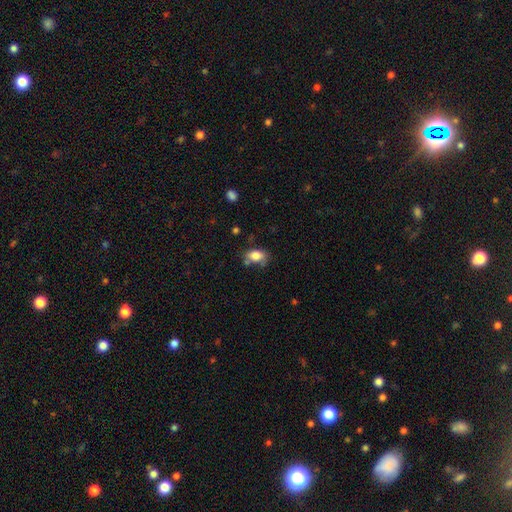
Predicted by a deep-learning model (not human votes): This is clearly a smooth galaxy (81%). How rounded: clearly in between (84%). Merging: likely none (60%).